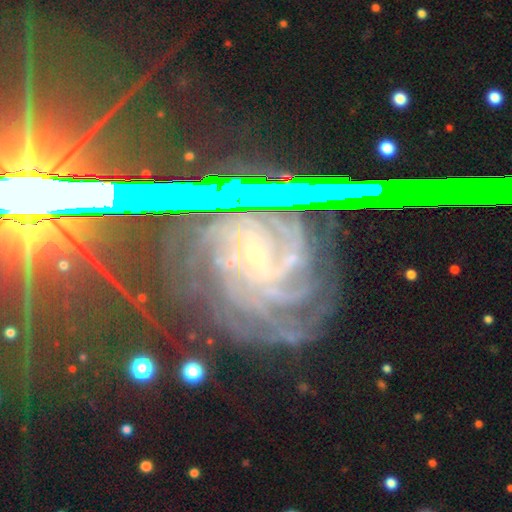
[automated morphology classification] type=featured or disk (70%); edge-on=no (93%); bar=no (41%); spiral arms=yes (96%); winding=tight (67%); arm count=can't tell (28%); bulge=small (80%); merging=none (69%).